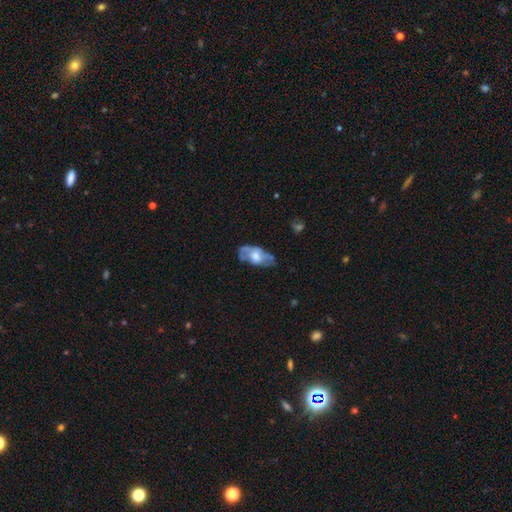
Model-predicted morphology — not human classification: Overall: featured or disk (55%; smooth 39%). Edge-on disk: no (88%). Merging: none (52%; minor disturbance 30%).